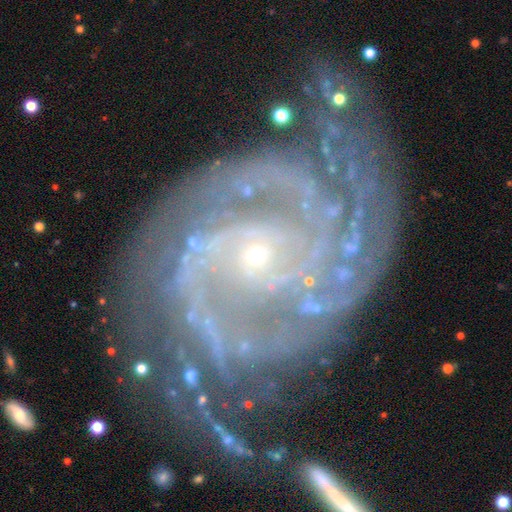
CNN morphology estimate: Smooth or featured: featured or disk — 92% (star or artifact — 5%)
Edge-on disk: no — 98% (yes — 2%)
Bar: no — 64% (weak — 24%)
Spiral arms: yes — 99% (no — 1%)
Spiral winding: tight — 68% (medium — 27%)
Spiral arm count: 2 — 33% (3 — 20%)
Bulge size: small — 87% (moderate — 8%)
Merging: none — 55% (minor disturbance — 23%)